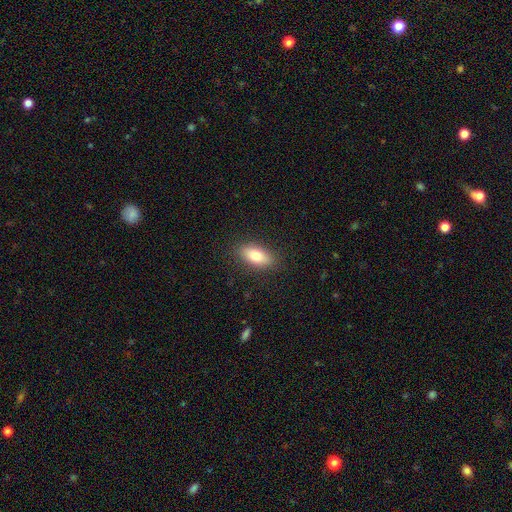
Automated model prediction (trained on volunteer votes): smooth 79%, featured or disk 13%, star or artifact 7%. Down the decision tree: how rounded — in between (85%); merging — none (87%).